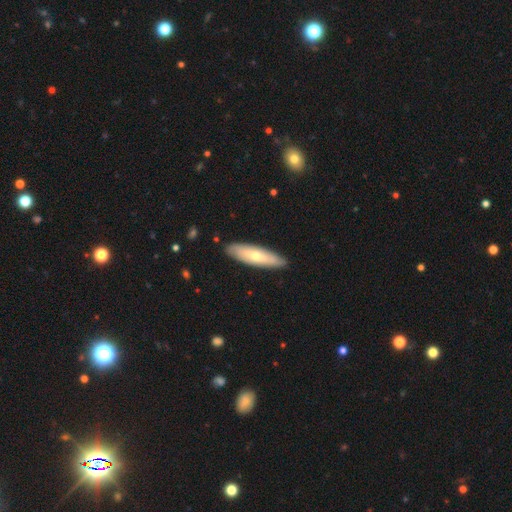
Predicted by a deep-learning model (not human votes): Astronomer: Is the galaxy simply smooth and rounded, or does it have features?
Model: smooth — 50% (runner-up: featured or disk, 45%).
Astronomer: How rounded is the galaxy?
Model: cigar-shaped — 65%.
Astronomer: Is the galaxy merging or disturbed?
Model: none — 88%.